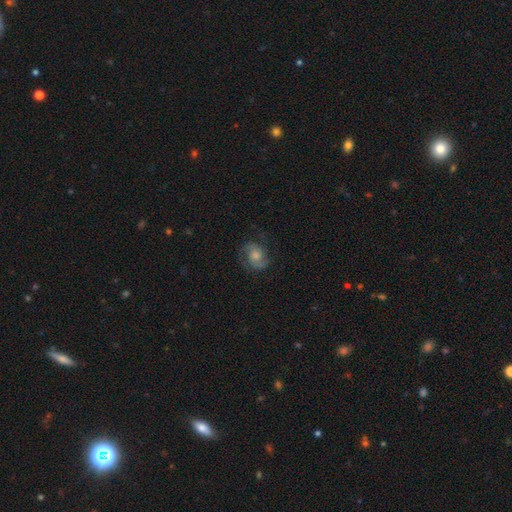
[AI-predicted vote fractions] Smooth or featured: featured or disk — 61% (smooth — 30%)
Edge-on disk: no — 97% (yes — 3%)
Bar: no — 70% (weak — 25%)
Spiral arms: yes — 90% (no — 10%)
Spiral winding: medium — 48% (tight — 29%)
Spiral arm count: 2 — 81% (can't tell — 9%)
Bulge size: moderate — 48% (small — 31%)
Merging: none — 69% (minor disturbance — 19%)